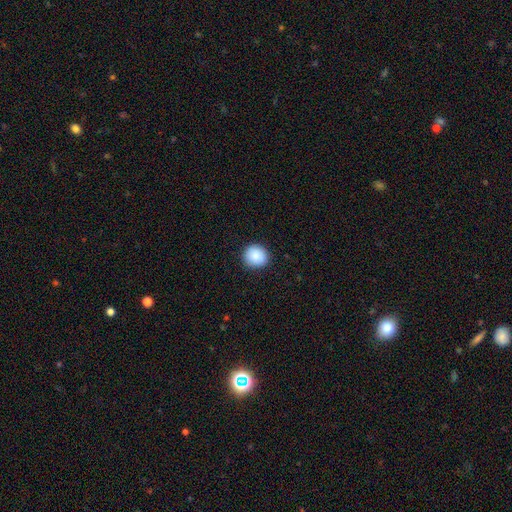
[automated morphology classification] Smooth or featured? Predicted: smooth (p=0.88). How rounded? Predicted: round (p=0.89). Merging? Predicted: none (p=0.90).